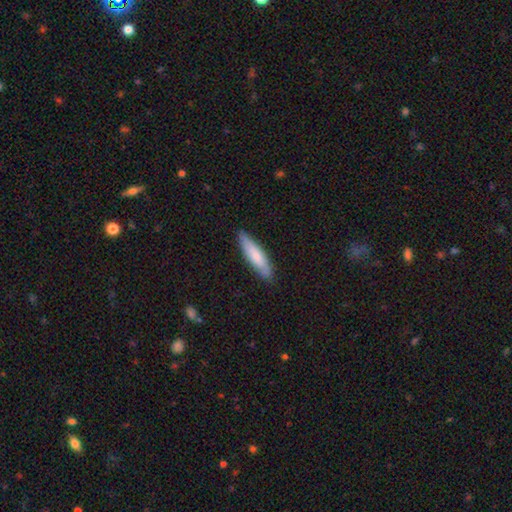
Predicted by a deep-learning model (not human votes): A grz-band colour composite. It shows a smooth galaxy with no disk features (72%) that is cigar-shaped (74%). Merging: none (85%).